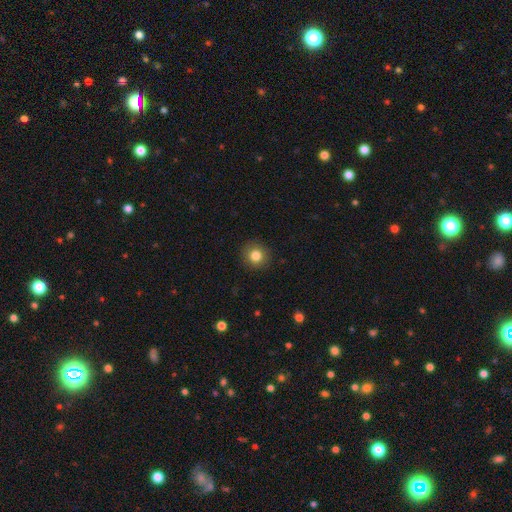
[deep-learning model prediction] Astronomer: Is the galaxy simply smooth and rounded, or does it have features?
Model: smooth — 83%.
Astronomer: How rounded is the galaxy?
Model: round — 92%.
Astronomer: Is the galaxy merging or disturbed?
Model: none — 91%.